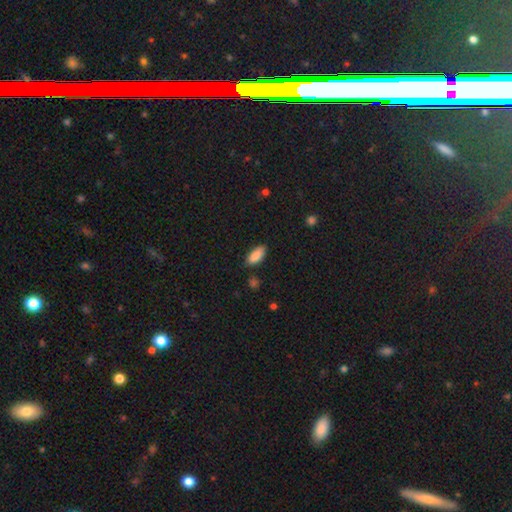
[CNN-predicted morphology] smooth 87%, star or artifact 7%, featured or disk 6%. Down the decision tree: how rounded — in between (85%); merging — none (83%).